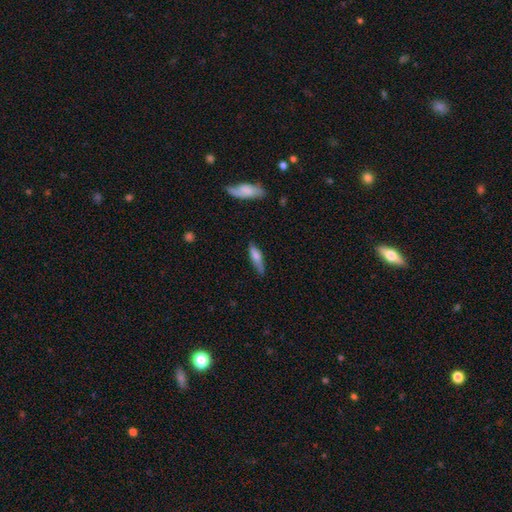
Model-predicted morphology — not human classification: A smooth galaxy with no disk features (69%) that is cigar-shaped (62%). Merging: none (68%).